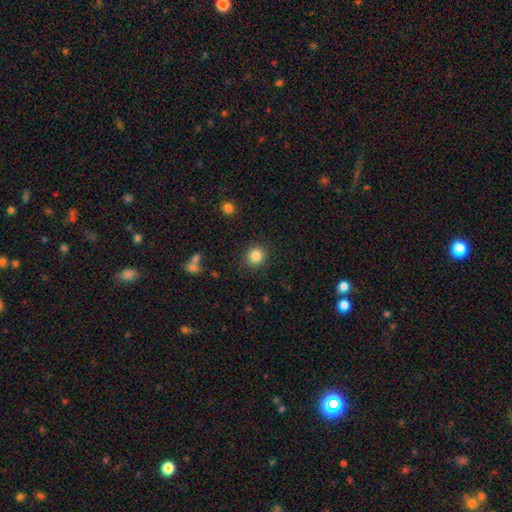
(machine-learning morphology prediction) Q: Smooth or featured?
A: smooth (85%); runner-up: star or artifact (10%)
Q: How rounded?
A: round (87%); runner-up: in between (12%)
Q: Merging?
A: none (88%); runner-up: minor disturbance (8%)